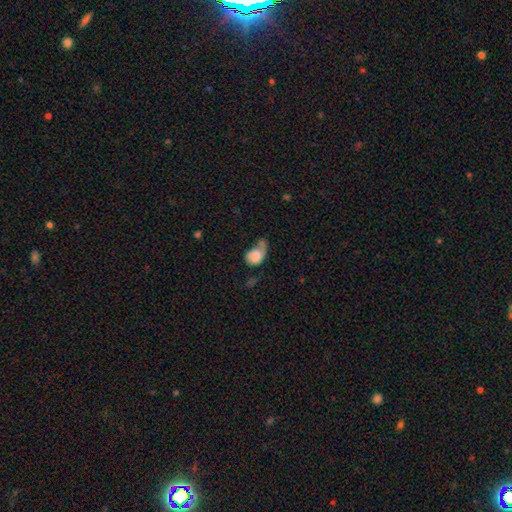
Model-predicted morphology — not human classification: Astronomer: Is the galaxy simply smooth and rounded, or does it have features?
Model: smooth — 66%.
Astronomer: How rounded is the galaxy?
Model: in between — 74%.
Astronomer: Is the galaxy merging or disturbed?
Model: major disturbance — 41% (runner-up: minor disturbance, 29%).